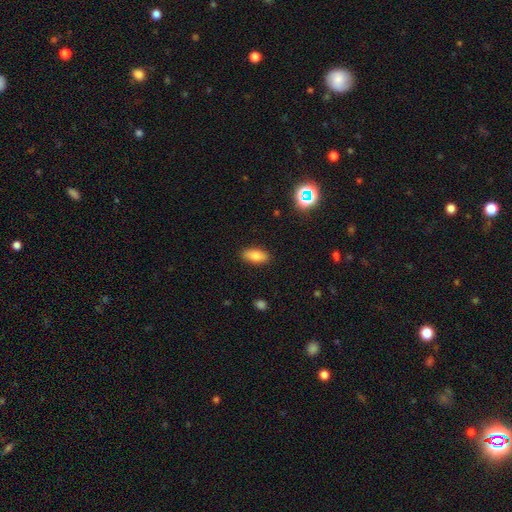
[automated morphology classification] Q: Smooth or featured?
A: smooth (83%); runner-up: star or artifact (9%)
Q: How rounded?
A: in between (84%); runner-up: cigar-shaped (13%)
Q: Merging?
A: none (88%); runner-up: minor disturbance (8%)